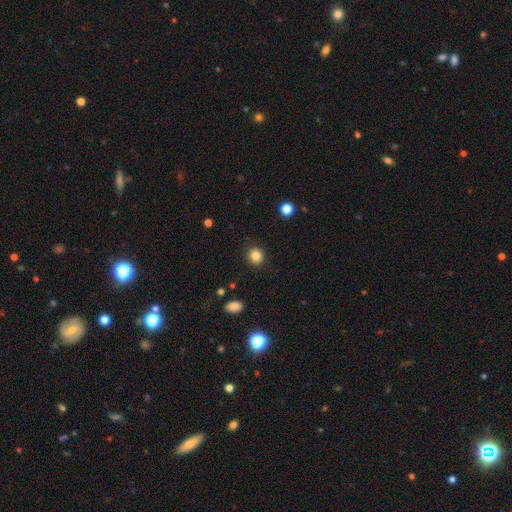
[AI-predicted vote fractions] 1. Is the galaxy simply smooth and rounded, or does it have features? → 85% smooth, 11% star or artifact, 5% featured or disk.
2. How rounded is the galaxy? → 86% round, 13% in between, 1% cigar-shaped.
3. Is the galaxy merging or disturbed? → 90% none, 6% minor disturbance, 2% major disturbance, 1% merger.